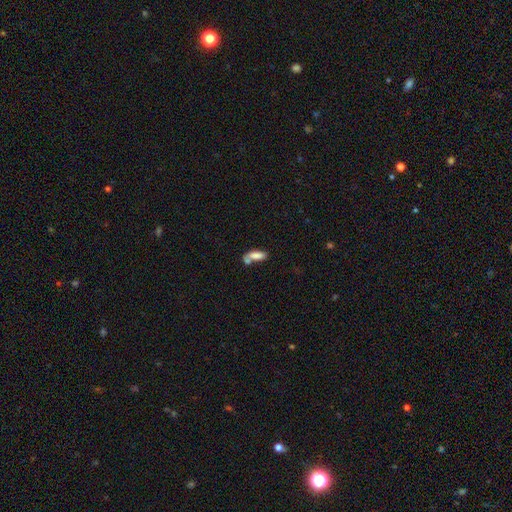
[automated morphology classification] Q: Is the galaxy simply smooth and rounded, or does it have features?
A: smooth — 77%.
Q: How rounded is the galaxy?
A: in between — 68%.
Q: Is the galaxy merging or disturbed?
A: merger — 43%.